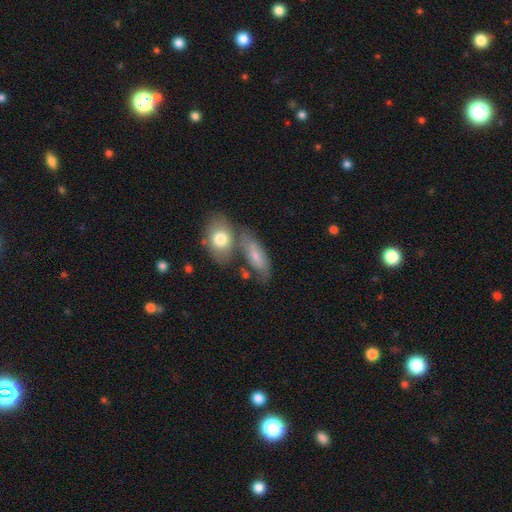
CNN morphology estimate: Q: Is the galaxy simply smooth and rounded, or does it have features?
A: smooth — 56%.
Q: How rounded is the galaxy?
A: in between — 78%.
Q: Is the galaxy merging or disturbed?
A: none — 41%.